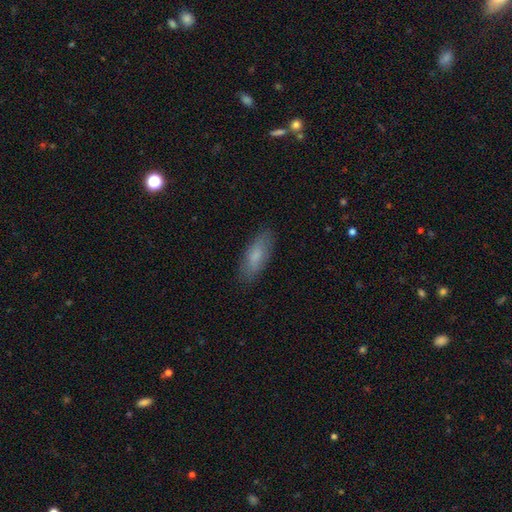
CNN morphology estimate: Q: Smooth or featured?
A: smooth (76%); runner-up: featured or disk (17%)
Q: How rounded?
A: in between (67%); runner-up: cigar-shaped (31%)
Q: Merging?
A: none (83%); runner-up: minor disturbance (13%)